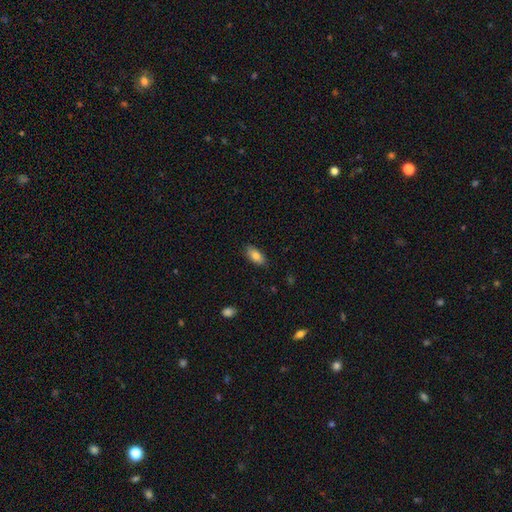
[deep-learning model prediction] smooth 81%, featured or disk 13%, star or artifact 7%. Down the decision tree: how rounded — in between (89%); merging — none (87%).